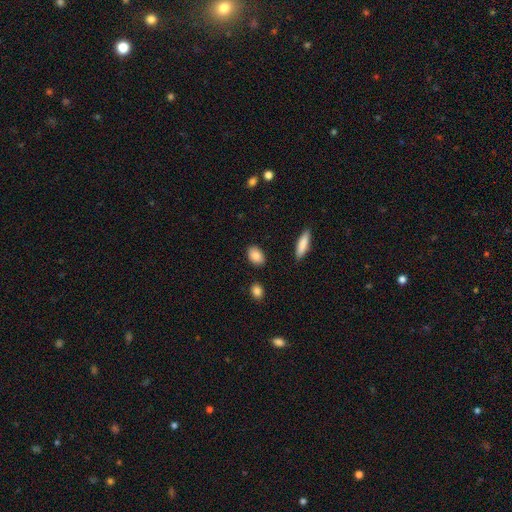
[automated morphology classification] This appears to be a smooth galaxy with no disk features (88%) that is in between round and cigar-shaped (85%). Merging: none (87%).